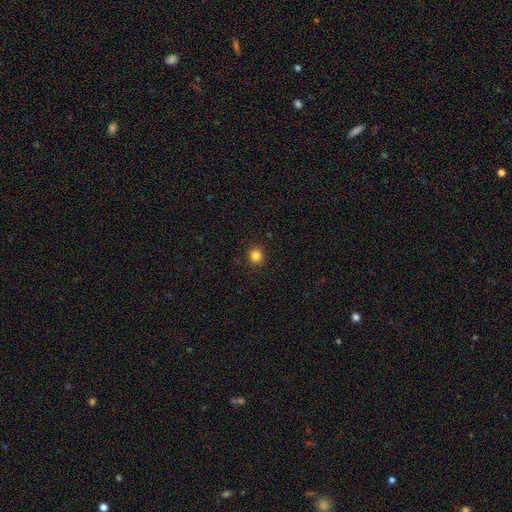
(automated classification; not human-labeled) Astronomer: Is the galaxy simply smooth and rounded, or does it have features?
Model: smooth — 83%.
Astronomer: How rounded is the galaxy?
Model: round — 88%.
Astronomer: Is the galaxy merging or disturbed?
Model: none — 91%.